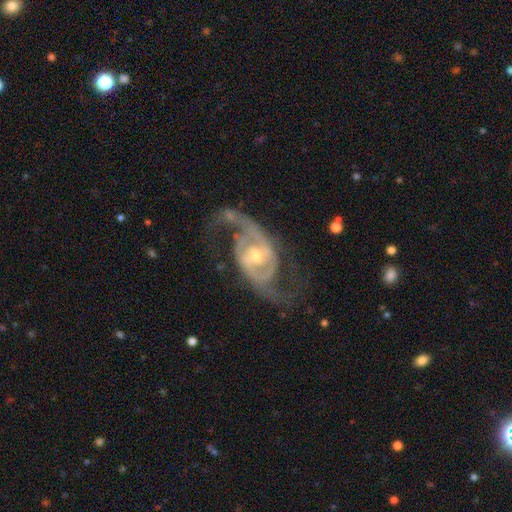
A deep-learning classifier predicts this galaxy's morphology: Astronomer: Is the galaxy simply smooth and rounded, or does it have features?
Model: featured or disk — 91%.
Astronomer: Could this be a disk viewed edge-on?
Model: no — 97%.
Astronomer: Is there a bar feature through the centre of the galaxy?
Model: no — 45% (runner-up: weak, 39%).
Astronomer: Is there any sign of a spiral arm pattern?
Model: yes — 96%.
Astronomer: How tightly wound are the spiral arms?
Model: medium — 50% (runner-up: loose, 30%).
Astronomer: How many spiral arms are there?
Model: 2 — 90%.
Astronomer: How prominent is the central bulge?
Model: moderate — 54% (runner-up: small, 40%).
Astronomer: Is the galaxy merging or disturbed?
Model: none — 67%.